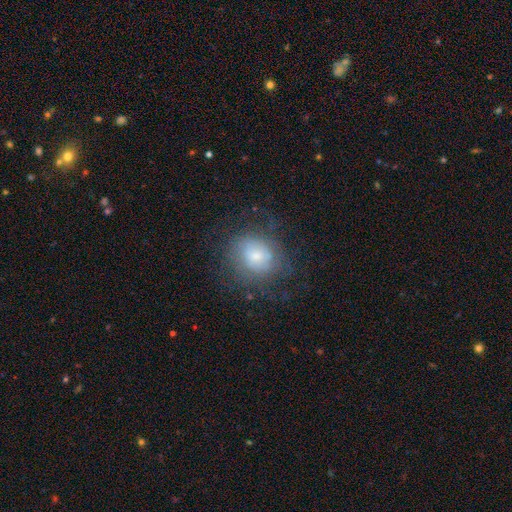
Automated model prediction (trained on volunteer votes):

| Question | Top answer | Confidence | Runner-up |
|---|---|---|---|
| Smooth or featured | smooth | 49% | featured or disk (38%) |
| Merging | none | 67% | minor disturbance (18%) |